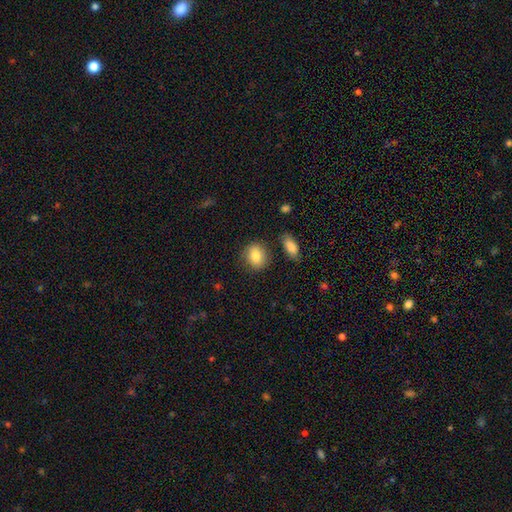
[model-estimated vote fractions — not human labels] smooth 84%, star or artifact 8%, featured or disk 8%. Down the decision tree: how rounded — round (66%); merging — none (82%).